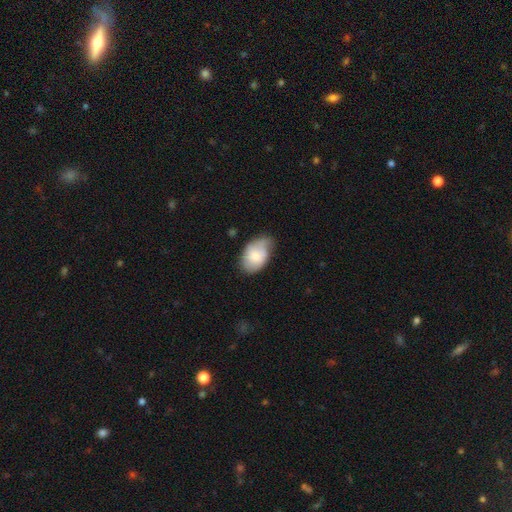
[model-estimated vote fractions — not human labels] Smooth or featured?
  - smooth: 69% *
  - featured or disk: 25%
  - star or artifact: 6%
How rounded?
  - in between: 89% *
  - round: 10%
  - cigar-shaped: 1%
Merging?
  - none: 50% *
  - minor disturbance: 39%
  - major disturbance: 9%
  - merger: 3%